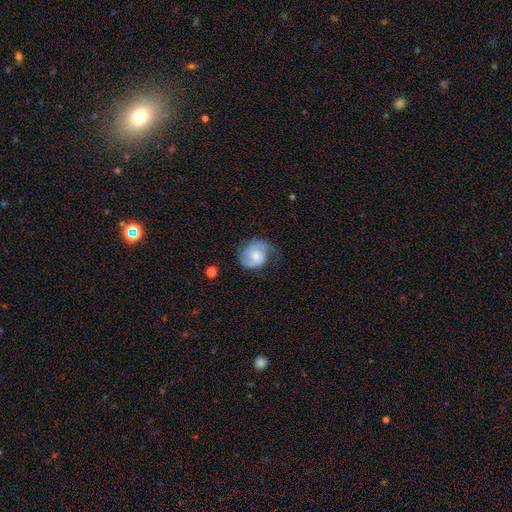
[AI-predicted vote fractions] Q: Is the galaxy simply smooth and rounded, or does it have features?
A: featured or disk — 65%.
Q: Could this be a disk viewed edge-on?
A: no — 98%.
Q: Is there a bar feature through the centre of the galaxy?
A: no — 64%.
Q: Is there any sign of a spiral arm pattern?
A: yes — 91%.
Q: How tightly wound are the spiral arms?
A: tight — 41%, tied with medium.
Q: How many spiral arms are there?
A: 2 — 65%.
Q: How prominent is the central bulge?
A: small — 45%.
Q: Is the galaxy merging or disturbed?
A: none — 53%.